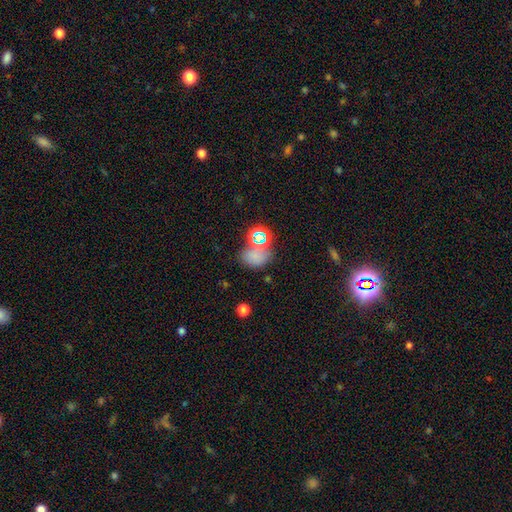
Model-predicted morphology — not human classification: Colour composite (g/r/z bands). It shows a smooth galaxy with no disk features (62%) that is in between round and cigar-shaped (55%). Merging: none (55%).